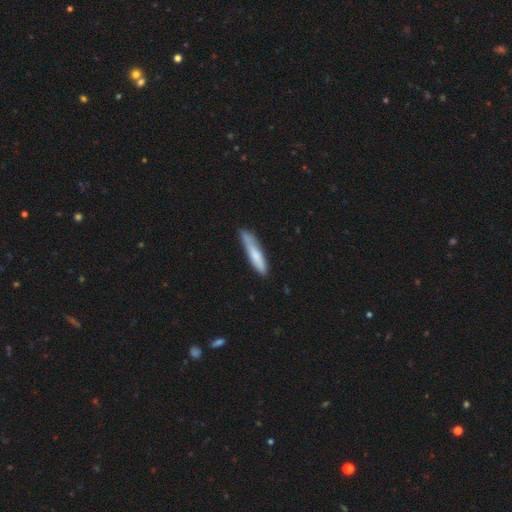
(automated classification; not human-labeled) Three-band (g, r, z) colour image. It shows a smooth galaxy with no disk features (72%) that is cigar-shaped (86%). Merging: none (71%).